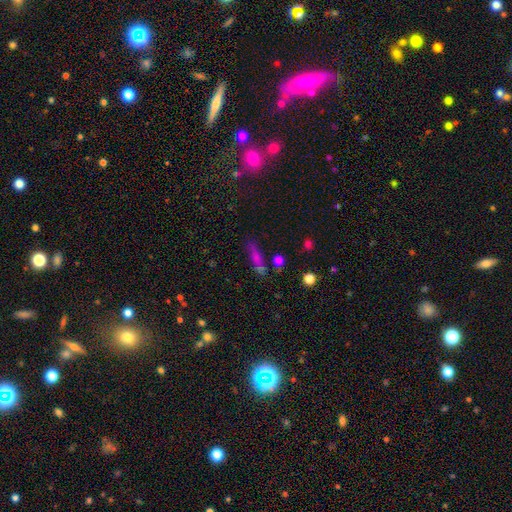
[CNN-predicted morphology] Smooth or featured?
  - smooth: 52% *
  - star or artifact: 25%
  - featured or disk: 22%
How rounded?
  - cigar-shaped: 65% *
  - in between: 26%
  - round: 9%
Merging?
  - none: 65% *
  - minor disturbance: 14%
  - merger: 13%
  - major disturbance: 7%